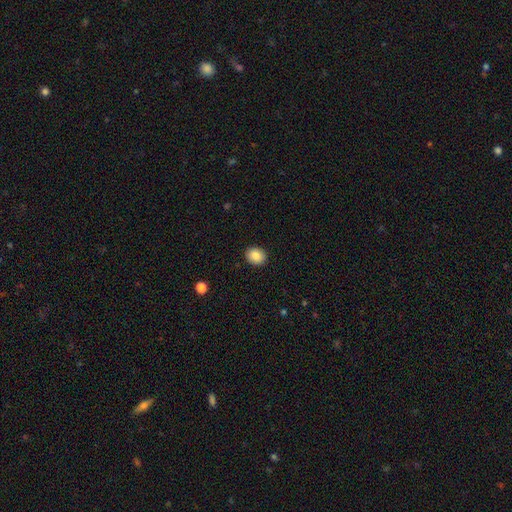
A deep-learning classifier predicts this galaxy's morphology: Q: Smooth or featured?
A: smooth (87%); runner-up: star or artifact (8%)
Q: How rounded?
A: round (58%); runner-up: in between (41%)
Q: Merging?
A: none (91%); runner-up: minor disturbance (7%)